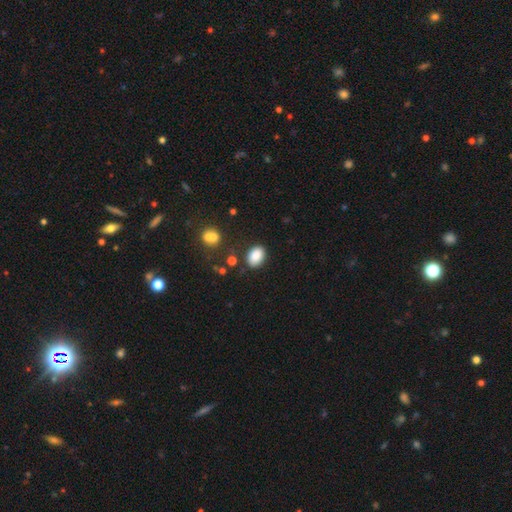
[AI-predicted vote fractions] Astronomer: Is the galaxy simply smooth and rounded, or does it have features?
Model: smooth — 88%.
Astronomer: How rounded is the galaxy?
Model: in between — 82%.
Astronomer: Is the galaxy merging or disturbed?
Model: none — 81%.